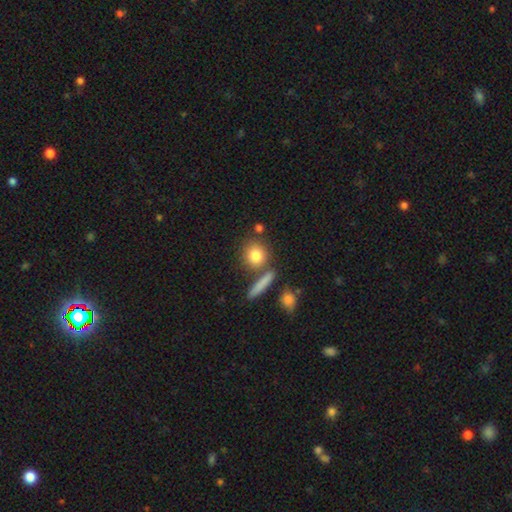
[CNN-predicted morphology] Q: Smooth or featured?
A: smooth (82%); runner-up: featured or disk (10%)
Q: How rounded?
A: round (75%); runner-up: in between (19%)
Q: Merging?
A: none (71%); runner-up: merger (15%)